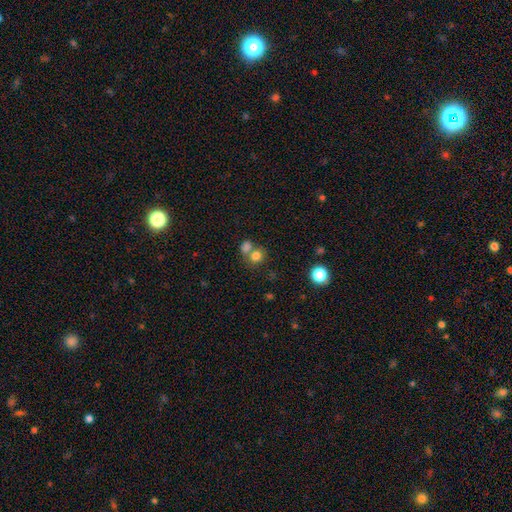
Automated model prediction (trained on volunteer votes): smooth_or_featured: smooth (p=0.78) [alt: star or artifact p=0.13]
how_rounded: round (p=0.75) [alt: in between p=0.24]
merging: none (p=0.45) [alt: merger p=0.43]